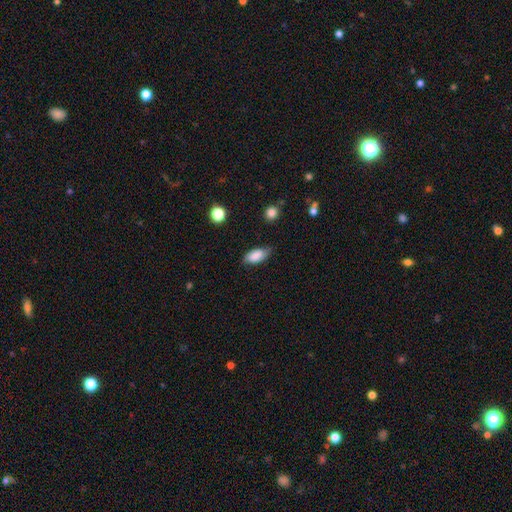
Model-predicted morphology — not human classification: A smooth galaxy with no disk features (83%) that is in between round and cigar-shaped (90%).

Vote fractions:
- Smooth or featured? smooth: 83% / featured or disk: 10% / star or artifact: 7%
- How rounded? in between: 90% / cigar-shaped: 7% / round: 3%
- Merging? none: 71% / minor disturbance: 23% / major disturbance: 4% / merger: 2%